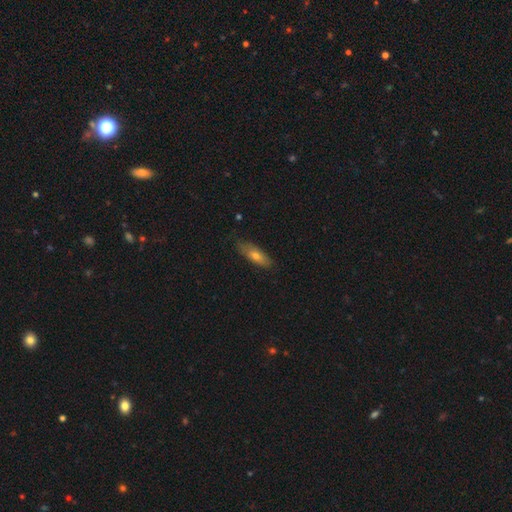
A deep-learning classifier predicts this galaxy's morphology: Q: Smooth or featured?
A: smooth (64%); runner-up: featured or disk (28%)
Q: How rounded?
A: in between (54%); runner-up: cigar-shaped (43%)
Q: Merging?
A: none (79%); runner-up: minor disturbance (18%)